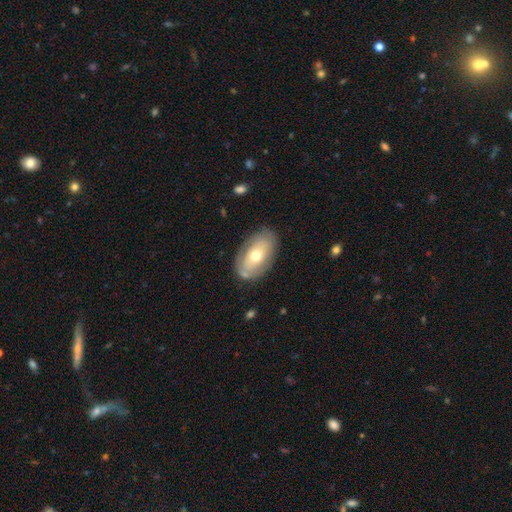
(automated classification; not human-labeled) A smooth galaxy with no disk features (50%). Merging: none (77%).